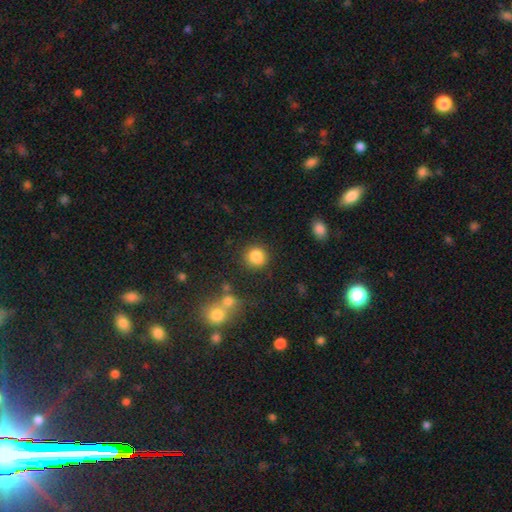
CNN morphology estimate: This appears to be a smooth galaxy with no disk features (85%) that is round (88%). Merging: none (84%).